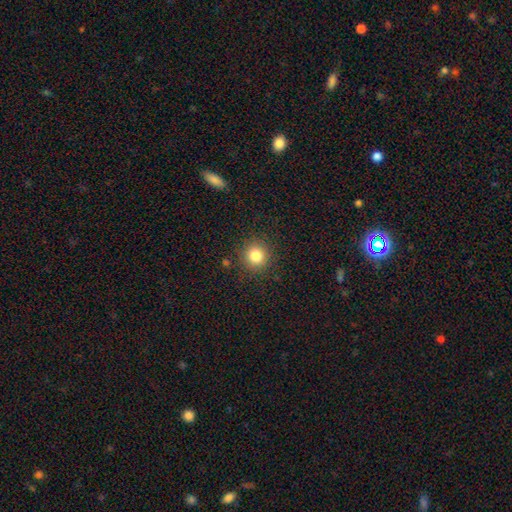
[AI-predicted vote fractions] Morphology: type=smooth (82%); roundness=round (91%); merging=none (88%).